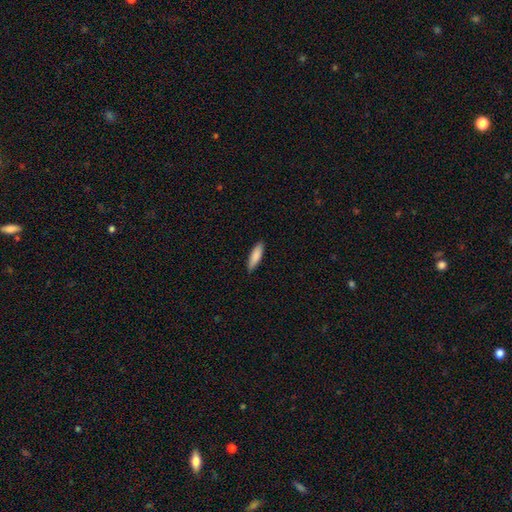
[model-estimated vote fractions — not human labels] smooth_or_featured: smooth (p=0.87) [alt: featured or disk p=0.08]
how_rounded: cigar-shaped (p=0.57) [alt: in between p=0.41]
merging: none (p=0.87) [alt: minor disturbance p=0.10]